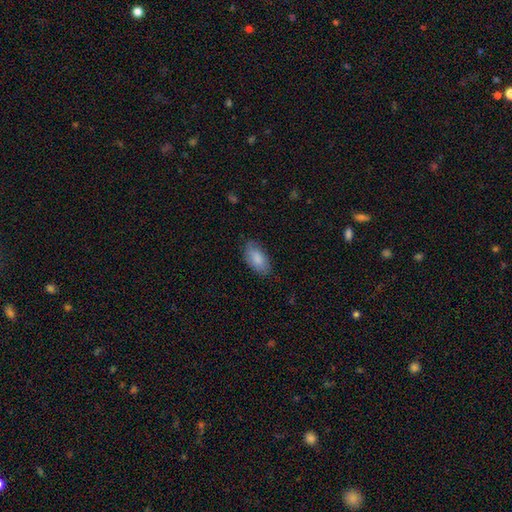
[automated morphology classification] Smooth or featured? smooth (84%)
How rounded? in between (93%)
Merging? none (79%)